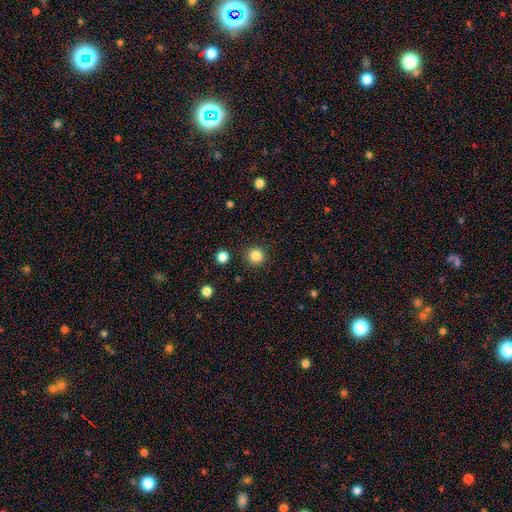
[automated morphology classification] smooth 85%, star or artifact 11%, featured or disk 4%. Down the decision tree: how rounded — round (95%); merging — none (91%).